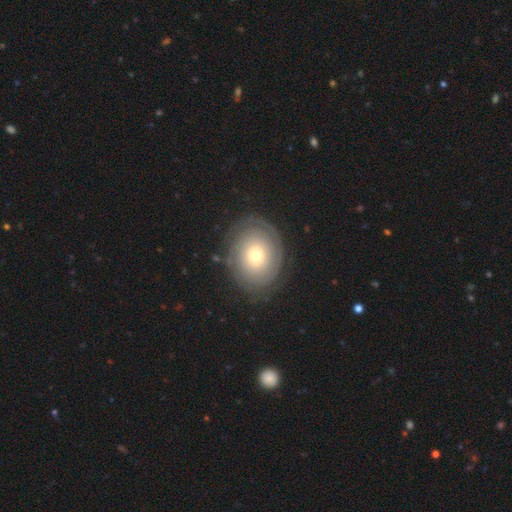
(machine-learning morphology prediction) The model was most divided on "smooth or featured": featured or disk: 47%, smooth: 44%, star or artifact: 8%. More confident: merging — none (80%).